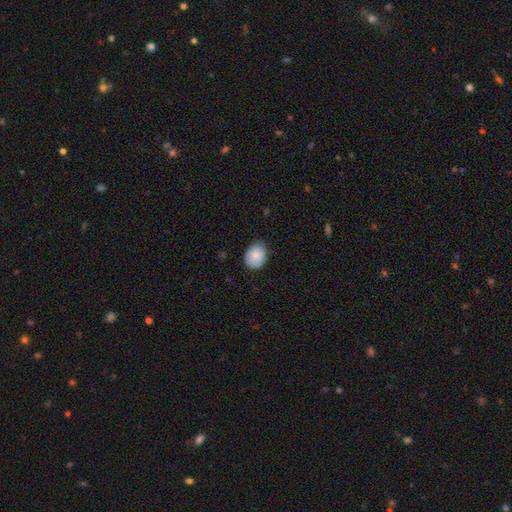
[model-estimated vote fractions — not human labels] This appears to be a smooth galaxy with no disk features (79%) that is in between round and cigar-shaped (53%). Merging: none (68%).